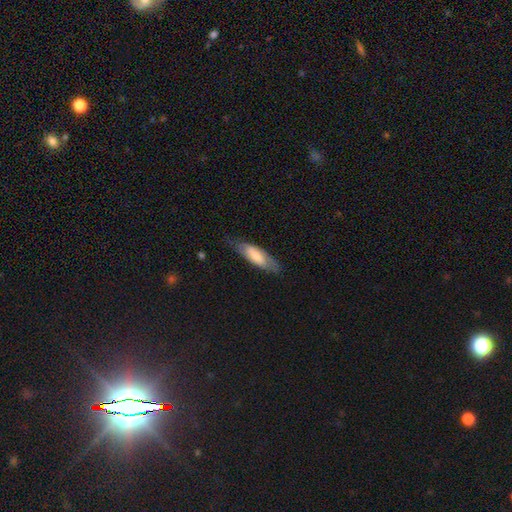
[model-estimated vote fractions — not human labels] smooth-or-featured: smooth: 60% | featured or disk: 34% | star or artifact: 6%
  how-rounded: in between: 59% | cigar-shaped: 39% | round: 2%
  merging: none: 66% | minor disturbance: 24% | major disturbance: 8% | merger: 1%